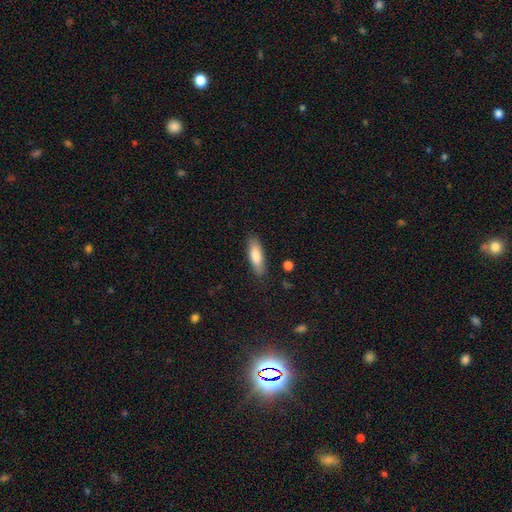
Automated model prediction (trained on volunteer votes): Smooth or featured? Predicted: smooth (p=0.81). How rounded? Predicted: in between (p=0.57). Merging? Predicted: none (p=0.83).